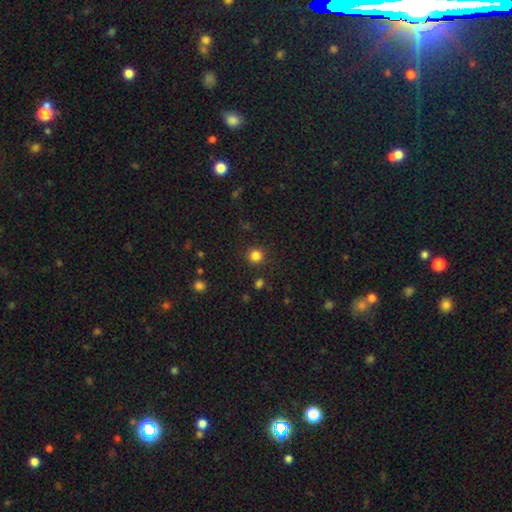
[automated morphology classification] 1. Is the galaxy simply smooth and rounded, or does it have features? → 83% smooth, 13% star or artifact, 4% featured or disk.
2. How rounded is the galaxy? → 94% round, 5% in between, 1% cigar-shaped.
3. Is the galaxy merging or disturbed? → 91% none, 6% minor disturbance, 2% major disturbance, 1% merger.